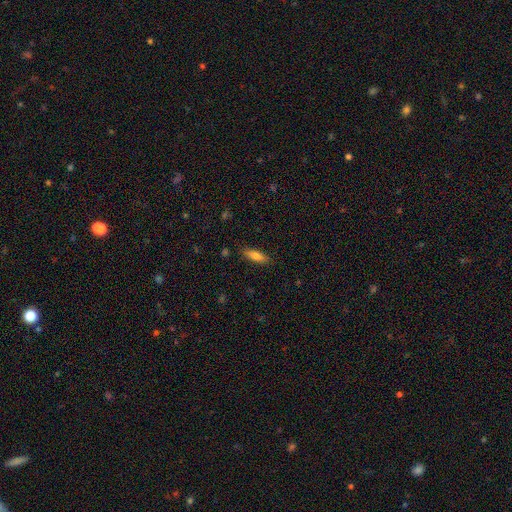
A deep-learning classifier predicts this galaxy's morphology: The model was most divided on "how rounded": in between: 53%, cigar-shaped: 45%, round: 2%. More confident: merging — none (86%); smooth or featured — smooth (77%).